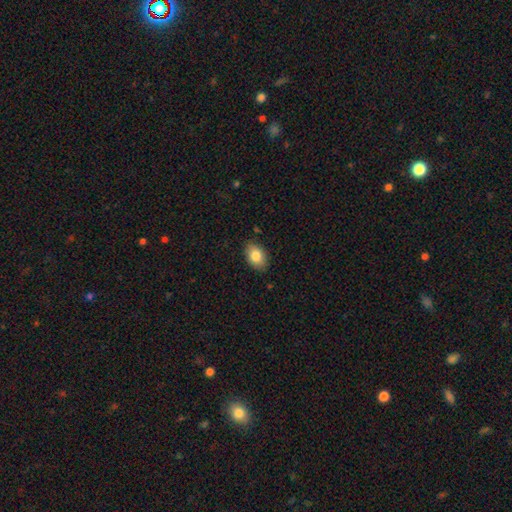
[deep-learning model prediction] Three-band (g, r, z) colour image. It shows a smooth galaxy with no disk features (84%) that is in between round and cigar-shaped (84%). Merging: none (85%).